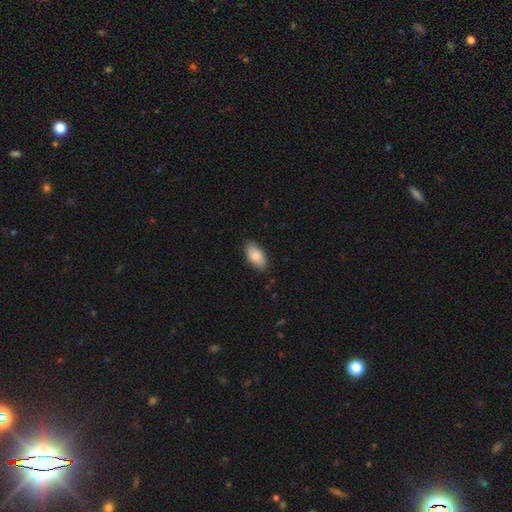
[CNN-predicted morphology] Smooth or featured? Predicted: smooth (p=0.84). How rounded? Predicted: in between (p=0.94). Merging? Predicted: none (p=0.86).